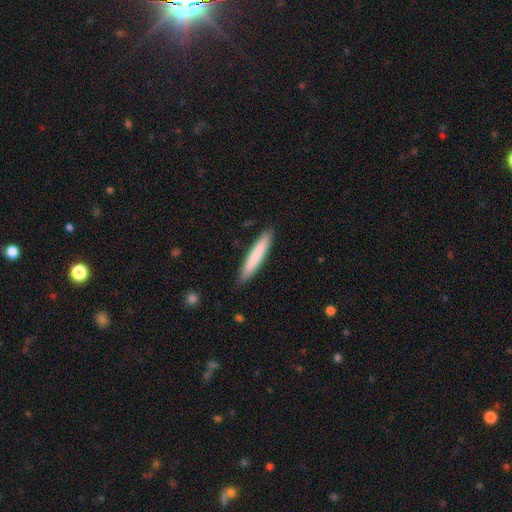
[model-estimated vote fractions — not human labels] The model was most divided on "smooth or featured": smooth: 77%, featured or disk: 18%, star or artifact: 5%. More confident: how rounded — cigar-shaped (95%); merging — none (90%).